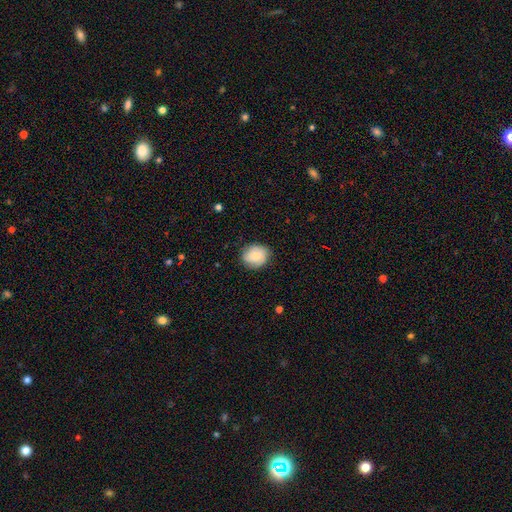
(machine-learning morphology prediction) smooth 72%, featured or disk 20%, star or artifact 7%. Down the decision tree: how rounded — round (75%); merging — none (81%).